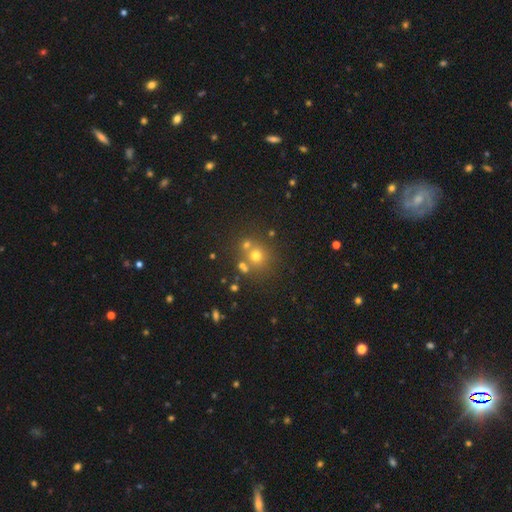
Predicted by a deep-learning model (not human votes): smooth 65%, star or artifact 22%, featured or disk 13%. Down the decision tree: how rounded — round (86%); merging — none (63%).